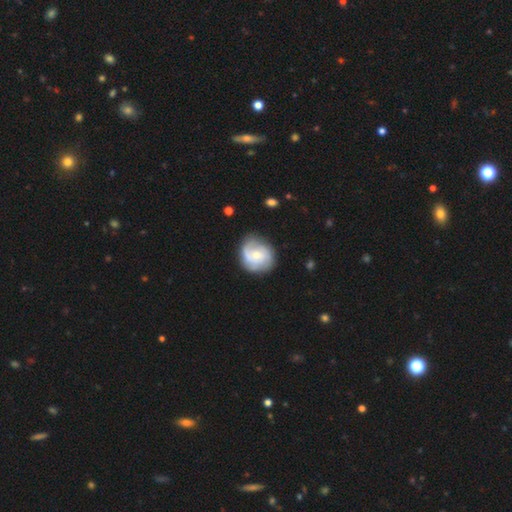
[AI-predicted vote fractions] Morphology: type=featured or disk (64%); edge-on=no (98%); bar=no (69%); spiral arms=yes (87%); winding=tight (43%); arm count=2 (48%); bulge=small (51%); merging=none (72%).